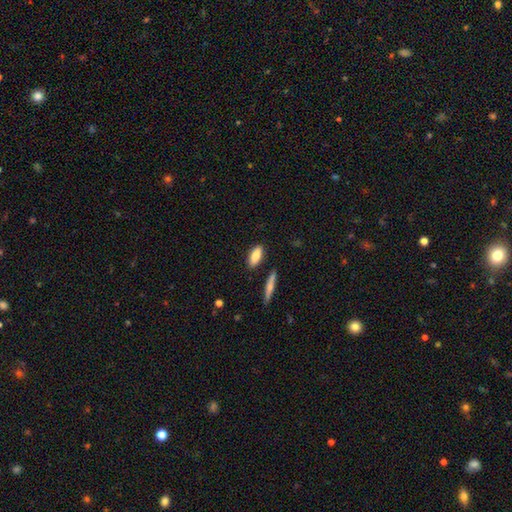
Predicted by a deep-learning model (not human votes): Overall: smooth (83%). How rounded: in between (76%). Merging: none (85%).